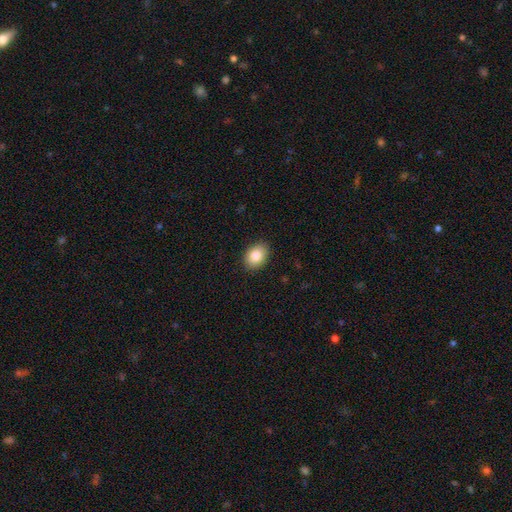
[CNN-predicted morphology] smooth_or_featured: smooth (p=0.83) [alt: featured or disk p=0.09]
how_rounded: in between (p=0.77) [alt: round p=0.22]
merging: none (p=0.89) [alt: minor disturbance p=0.09]